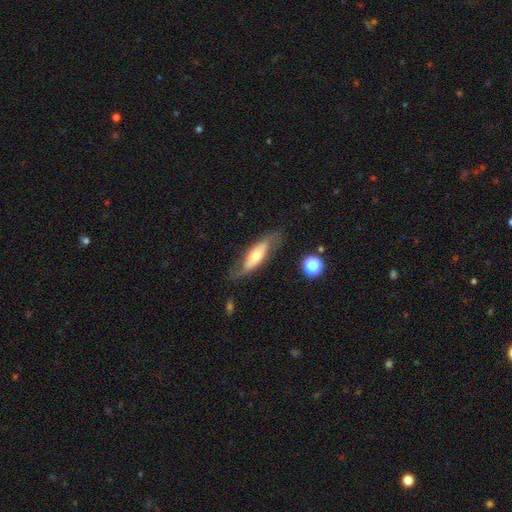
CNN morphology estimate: smooth_or_featured: featured or disk (p=0.50) [alt: smooth p=0.43]
disk_edge_on: no (p=0.61) [alt: yes p=0.39]
merging: none (p=0.67) [alt: minor disturbance p=0.21]